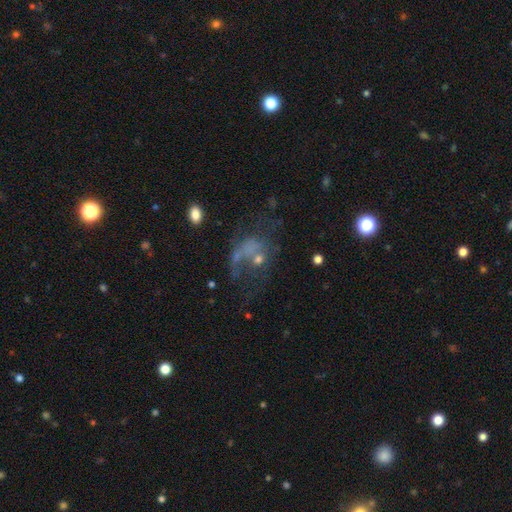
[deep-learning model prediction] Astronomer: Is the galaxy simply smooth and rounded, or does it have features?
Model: featured or disk — 52% (runner-up: smooth, 29%).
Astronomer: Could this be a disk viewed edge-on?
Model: no — 97%.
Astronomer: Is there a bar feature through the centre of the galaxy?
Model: no — 86%.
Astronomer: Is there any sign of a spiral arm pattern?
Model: no — 64%.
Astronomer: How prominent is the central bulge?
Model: none — 47% (runner-up: small, 30%).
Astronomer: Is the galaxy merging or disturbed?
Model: major disturbance — 47% (runner-up: none, 29%).